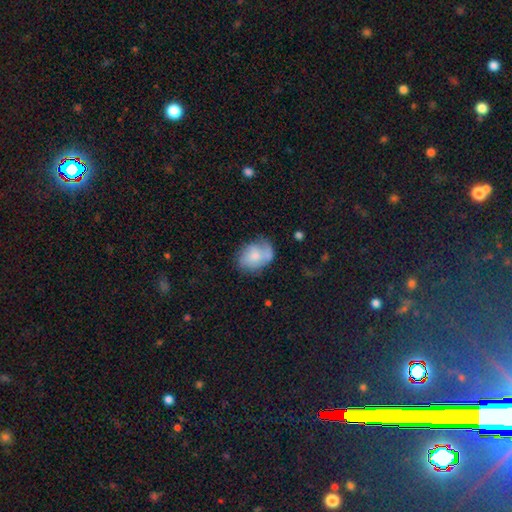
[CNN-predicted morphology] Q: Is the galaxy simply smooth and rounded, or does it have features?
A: smooth — 57%.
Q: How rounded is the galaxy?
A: in between — 65%.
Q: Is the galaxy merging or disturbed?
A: none — 52%.